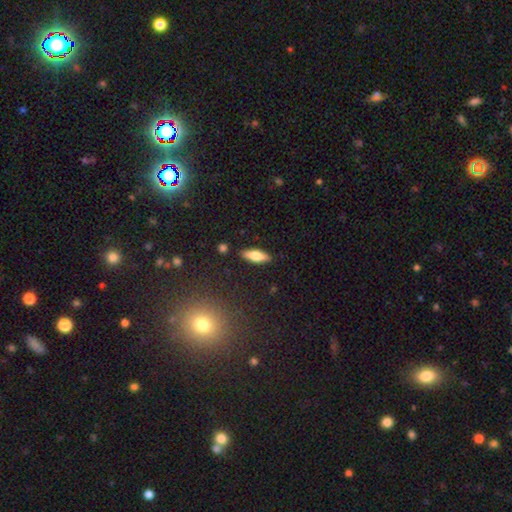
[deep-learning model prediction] smooth 67%, featured or disk 26%, star or artifact 6%. Down the decision tree: how rounded — in between (58%); merging — none (88%).